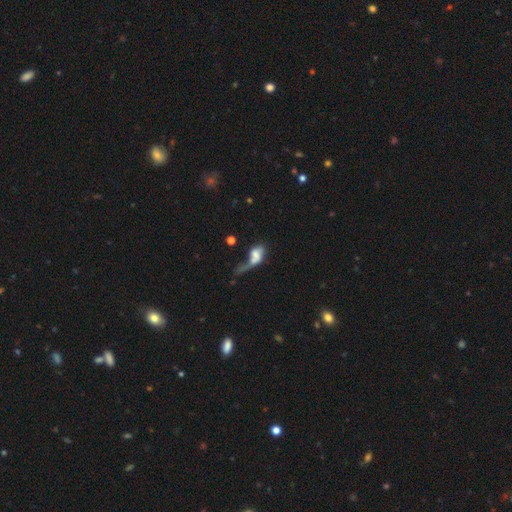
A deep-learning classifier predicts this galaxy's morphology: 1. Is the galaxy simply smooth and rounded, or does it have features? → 51% smooth, 38% featured or disk, 11% star or artifact.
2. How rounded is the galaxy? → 73% in between, 18% round, 10% cigar-shaped.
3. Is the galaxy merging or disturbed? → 45% major disturbance, 29% merger, 14% none, 12% minor disturbance.